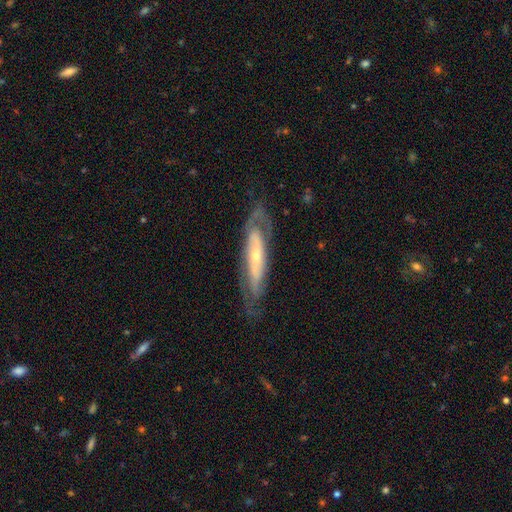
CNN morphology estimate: type=featured or disk (77%); edge-on=no (70%); bar=no (60%); spiral arms=yes (81%); bulge=small (65%); merging=none (71%).